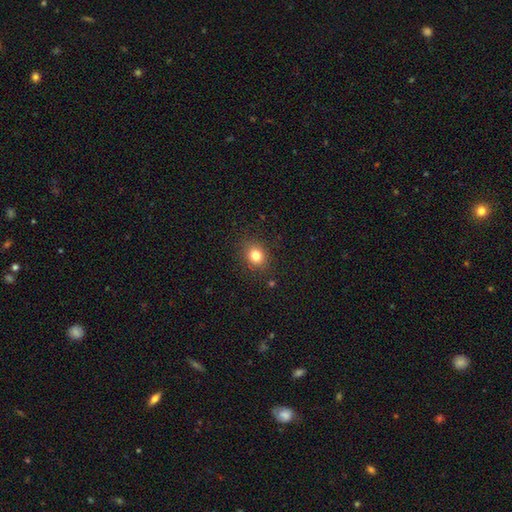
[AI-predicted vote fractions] smooth 80%, star or artifact 13%, featured or disk 7%. Down the decision tree: how rounded — round (68%); merging — none (88%).